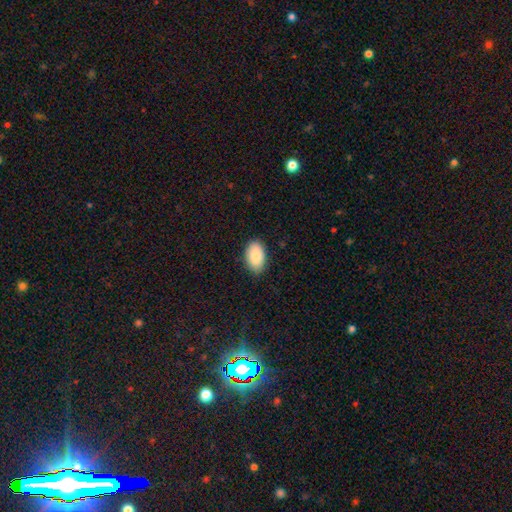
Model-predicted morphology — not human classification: Q: Smooth or featured?
A: smooth (88%); runner-up: star or artifact (6%)
Q: How rounded?
A: in between (94%); runner-up: round (5%)
Q: Merging?
A: none (86%); runner-up: minor disturbance (11%)